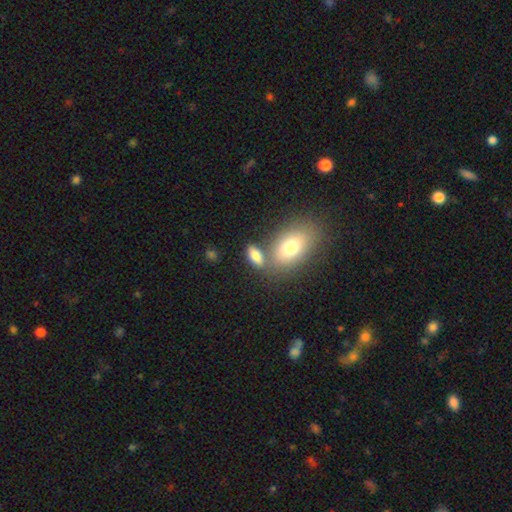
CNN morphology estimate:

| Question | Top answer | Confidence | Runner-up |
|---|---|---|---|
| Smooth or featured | smooth | 78% | featured or disk (14%) |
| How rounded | in between | 83% | cigar-shaped (10%) |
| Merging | none | 57% | merger (25%) |